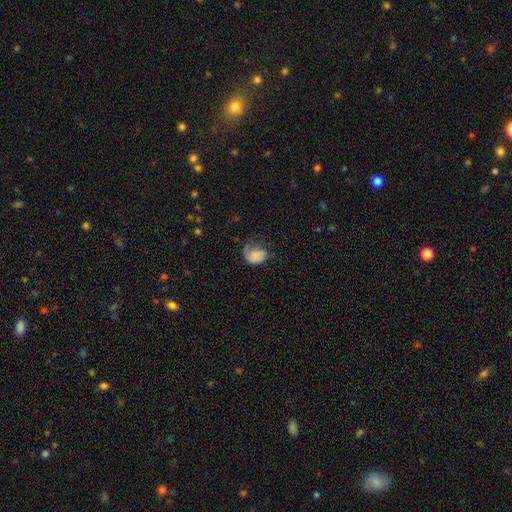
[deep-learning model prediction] Smooth or featured: smooth — 64% (featured or disk — 28%)
How rounded: in between — 61% (round — 38%)
Merging: major disturbance — 37% (none — 31%)